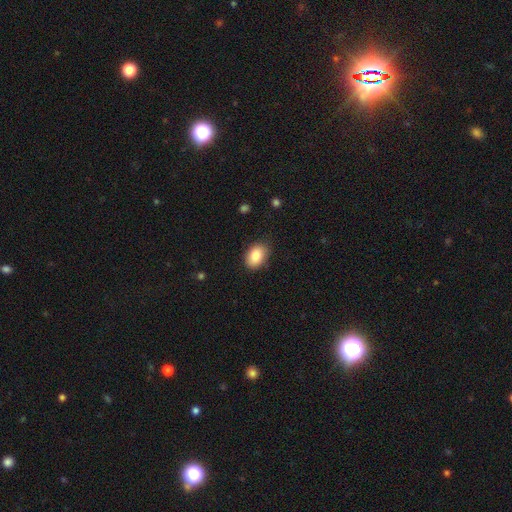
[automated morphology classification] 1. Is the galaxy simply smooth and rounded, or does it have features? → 86% smooth, 7% star or artifact, 7% featured or disk.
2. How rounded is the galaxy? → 84% in between, 14% round, 1% cigar-shaped.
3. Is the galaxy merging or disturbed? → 82% none, 14% minor disturbance, 3% major disturbance, 1% merger.